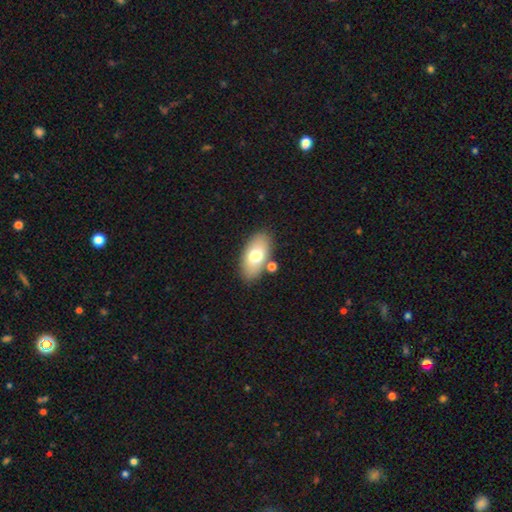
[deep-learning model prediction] Smooth or featured? Predicted: smooth (p=0.72). How rounded? Predicted: in between (p=0.92). Merging? Predicted: none (p=0.79).